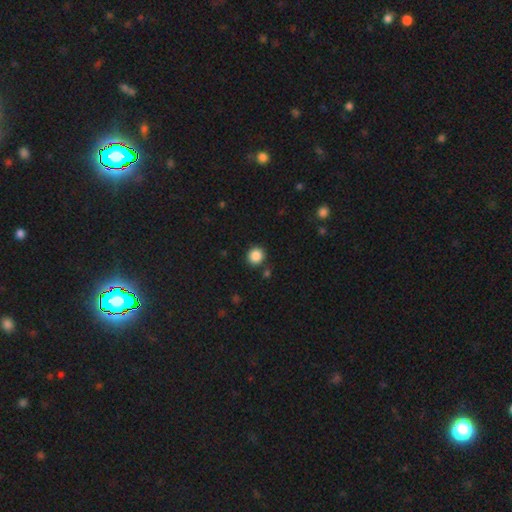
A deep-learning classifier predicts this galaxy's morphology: smooth 87%, star or artifact 10%, featured or disk 3%. Down the decision tree: how rounded — round (91%); merging — none (89%).